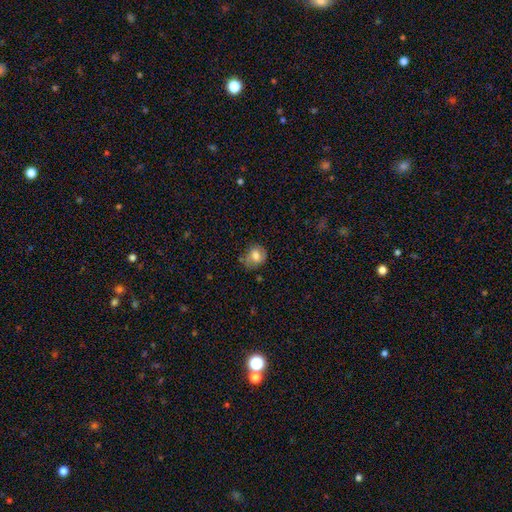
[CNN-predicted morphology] smooth 71%, featured or disk 20%, star or artifact 9%. Down the decision tree: how rounded — round (59%); merging — none (63%).